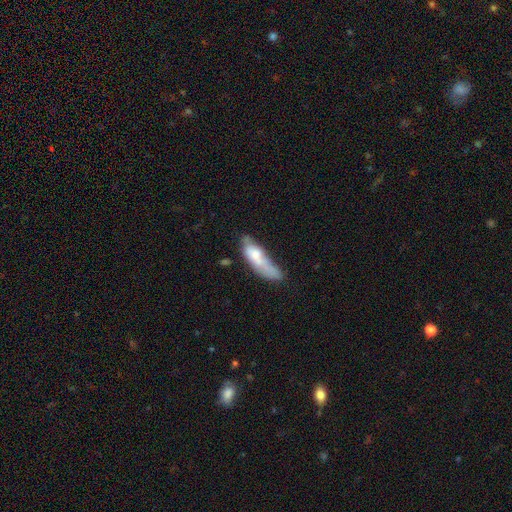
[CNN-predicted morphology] smooth-or-featured: smooth: 60% | featured or disk: 32% | star or artifact: 7%
  how-rounded: in between: 50% | cigar-shaped: 48% | round: 3%
  merging: none: 28% | minor disturbance: 26% | major disturbance: 24% | merger: 22%